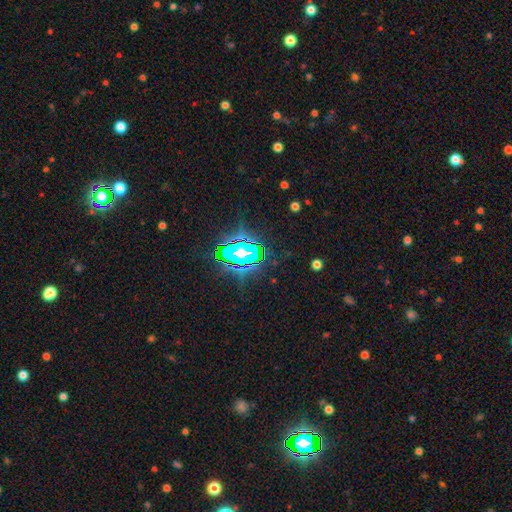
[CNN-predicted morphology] star or artifact 82%, smooth 11%, featured or disk 7%.